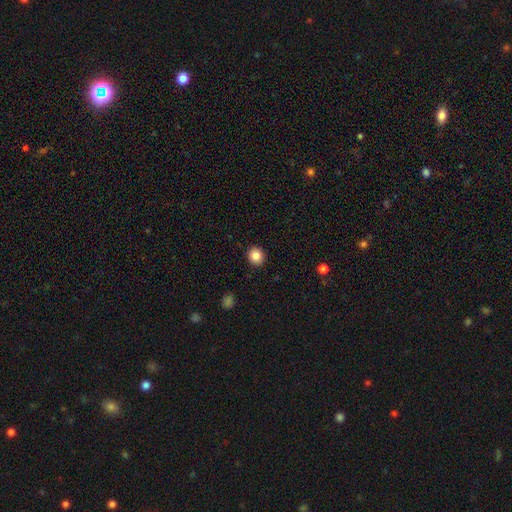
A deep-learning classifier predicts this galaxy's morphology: This appears to be a smooth galaxy with no disk features (85%) that is round (84%). Merging: none (92%).